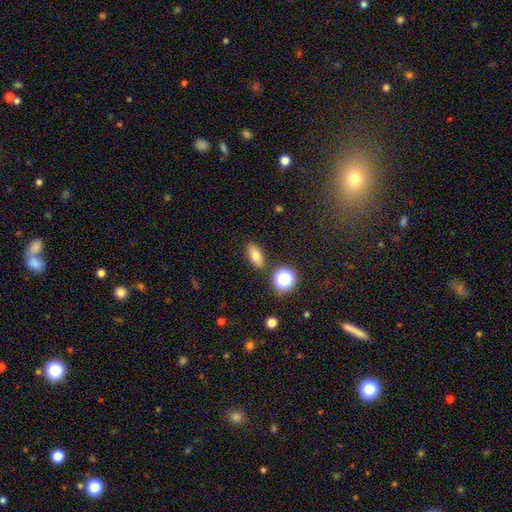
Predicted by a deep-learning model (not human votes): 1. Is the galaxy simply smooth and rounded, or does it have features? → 75% smooth, 14% star or artifact, 11% featured or disk.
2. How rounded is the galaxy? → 79% in between, 11% round, 10% cigar-shaped.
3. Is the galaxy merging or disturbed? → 85% none, 9% minor disturbance, 4% merger, 3% major disturbance.